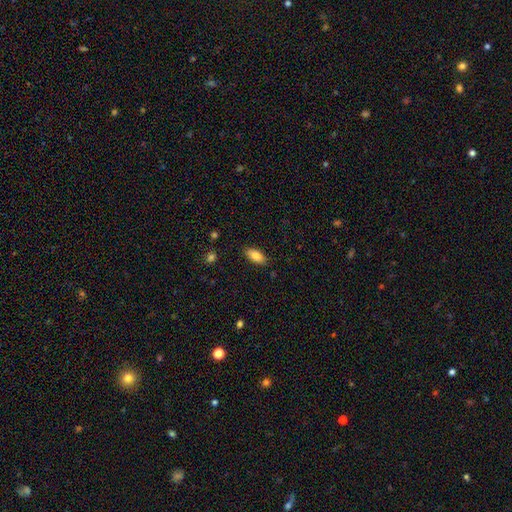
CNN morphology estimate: A smooth galaxy with no disk features (83%) that is in between round and cigar-shaped (86%).

Vote fractions:
- Smooth or featured? smooth: 83% / featured or disk: 10% / star or artifact: 7%
- How rounded? in between: 86% / cigar-shaped: 12% / round: 2%
- Merging? none: 86% / minor disturbance: 11% / major disturbance: 2% / merger: 1%